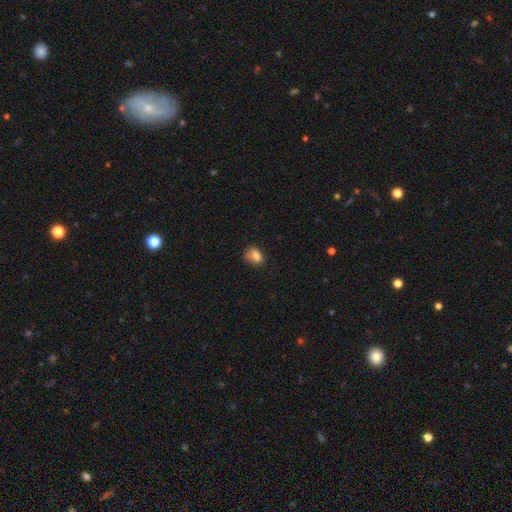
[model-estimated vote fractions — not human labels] smooth 78%, featured or disk 11%, star or artifact 11%. Down the decision tree: how rounded — in between (74%); merging — none (49%).